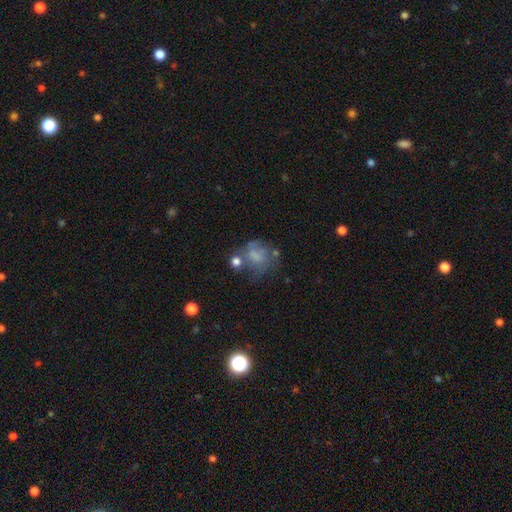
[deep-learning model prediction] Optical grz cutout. It shows a smooth galaxy with no disk features (55%) that is round (55%). Merging: none (35%).